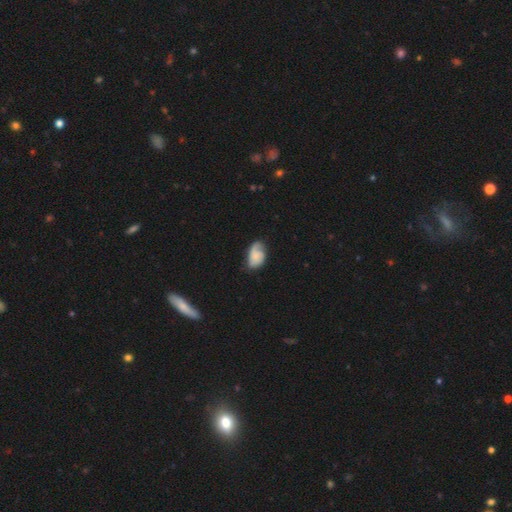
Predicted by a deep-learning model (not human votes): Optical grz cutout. It shows a smooth galaxy with no disk features (46%, tied with featured or disk). Merging: none (53%).